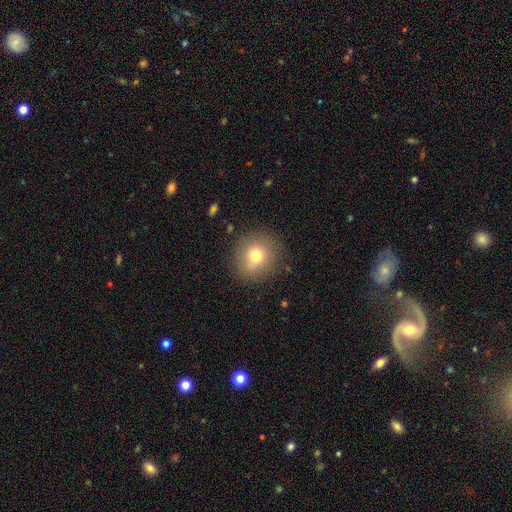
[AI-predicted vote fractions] This appears to be a smooth galaxy with no disk features (75%) that is round (88%). Merging: none (84%).